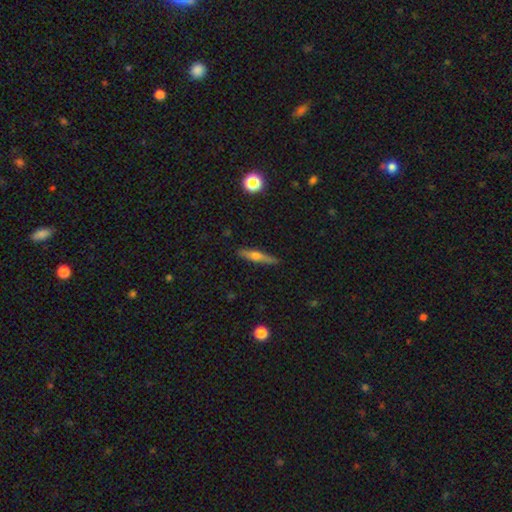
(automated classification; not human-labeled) Overall: featured or disk (49%; smooth 44%). Merging: none (87%).